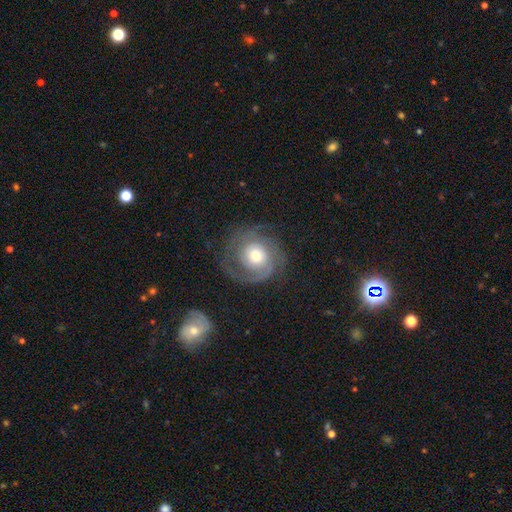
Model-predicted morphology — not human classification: Smooth or featured?
  - featured or disk: 78% *
  - smooth: 15%
  - star or artifact: 6%
Edge-on disk?
  - no: 98% *
  - yes: 2%
Bar?
  - no: 78% *
  - weak: 18%
  - strong: 5%
Spiral arms?
  - yes: 94% *
  - no: 6%
Spiral winding?
  - tight: 57% *
  - medium: 32%
  - loose: 11%
Spiral arm count?
  - 2: 47% *
  - can't tell: 20%
  - 3: 15%
  - 1: 9%
  - 4: 5%
  - more than 4: 4%
Bulge size?
  - moderate: 58% *
  - small: 20%
  - large: 18%
  - dominant: 2%
  - none: 1%
Merging?
  - none: 73% *
  - minor disturbance: 15%
  - major disturbance: 11%
  - merger: 2%